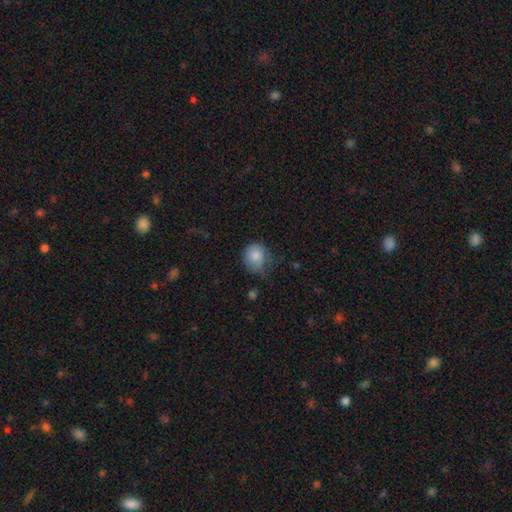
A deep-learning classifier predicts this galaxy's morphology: smooth_or_featured: smooth (p=0.83) [alt: featured or disk p=0.09]
how_rounded: round (p=0.69) [alt: in between p=0.30]
merging: none (p=0.48) [alt: minor disturbance p=0.36]